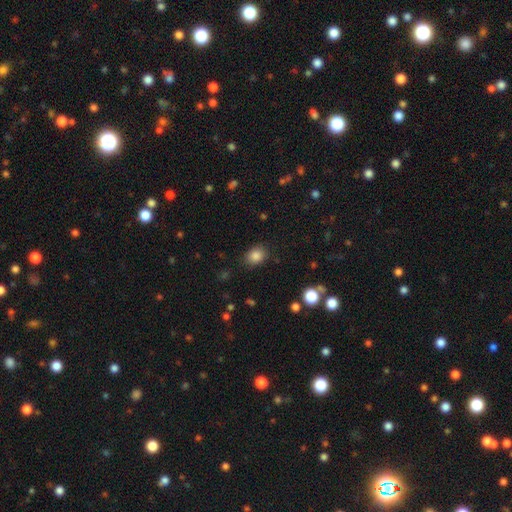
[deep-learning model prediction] The model was most divided on "how rounded": in between: 54%, round: 45%, cigar-shaped: 1%. More confident: smooth or featured — smooth (85%); merging — none (84%).